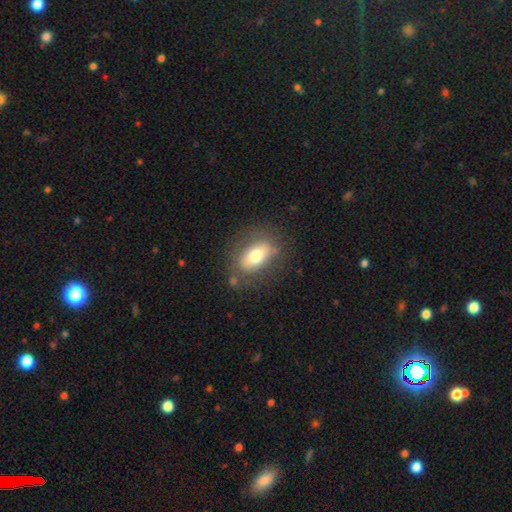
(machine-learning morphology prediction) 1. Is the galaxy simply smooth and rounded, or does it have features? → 64% smooth, 28% featured or disk, 8% star or artifact.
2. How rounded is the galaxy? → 82% in between, 13% round, 4% cigar-shaped.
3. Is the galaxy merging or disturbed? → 74% none, 15% minor disturbance, 6% major disturbance, 4% merger.